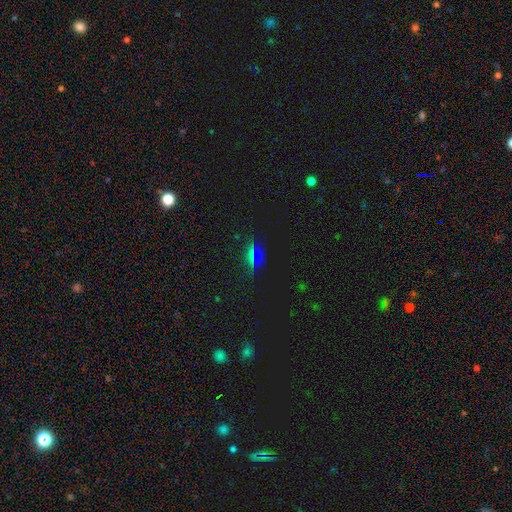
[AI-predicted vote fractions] Morphology: type=smooth (46%); merging=none (81%).